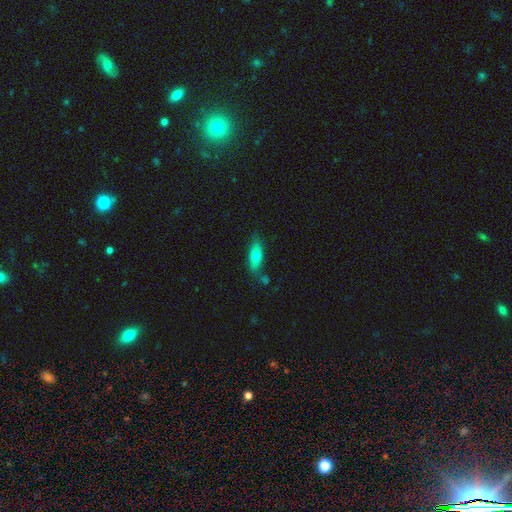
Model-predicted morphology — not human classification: Overall: smooth (69%). How rounded: in between (66%; cigar-shaped 31%). Merging: none (72%).